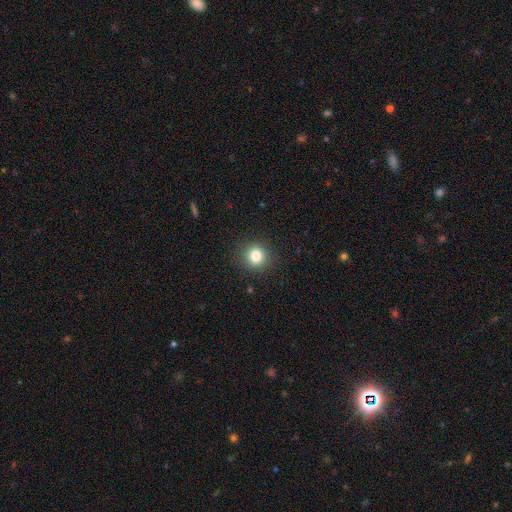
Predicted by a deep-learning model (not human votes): smooth_or_featured: smooth (p=0.82) [alt: star or artifact p=0.12]
how_rounded: round (p=0.82) [alt: in between p=0.18]
merging: none (p=0.89) [alt: minor disturbance p=0.07]